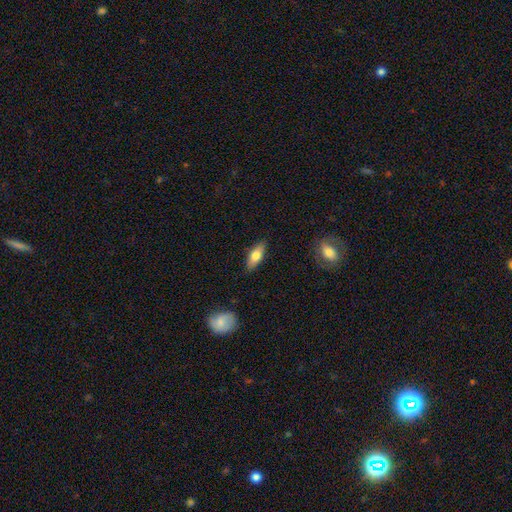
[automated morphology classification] smooth-or-featured: smooth: 73% | featured or disk: 21% | star or artifact: 6%
  how-rounded: in between: 74% | cigar-shaped: 23% | round: 3%
  merging: none: 85% | minor disturbance: 12% | major disturbance: 2% | merger: 1%